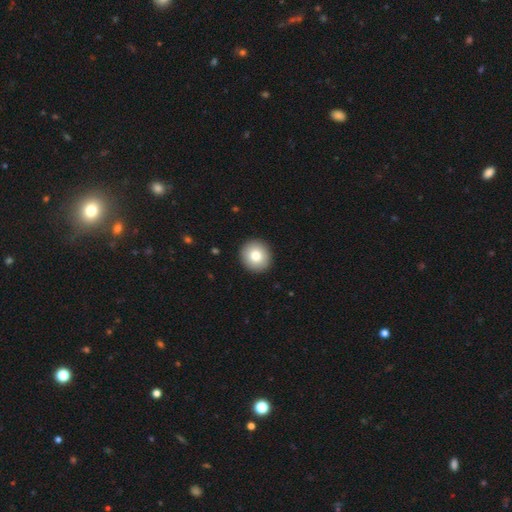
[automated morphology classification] The model was most divided on "smooth or featured": smooth: 81%, featured or disk: 11%, star or artifact: 8%. More confident: merging — none (93%); how rounded — round (90%).